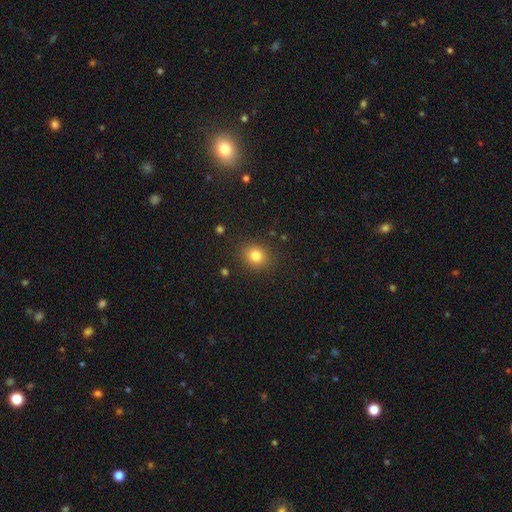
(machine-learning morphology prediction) This is clearly a smooth galaxy (81%). How rounded: likely round (75%). Merging: clearly none (88%).